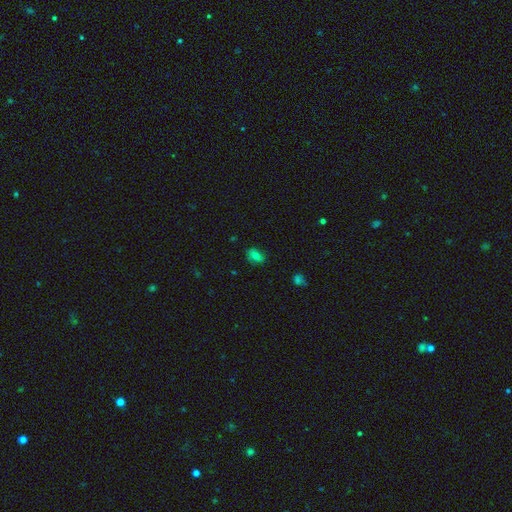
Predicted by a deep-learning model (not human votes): Smooth or featured?
  - smooth: 64% *
  - featured or disk: 19%
  - star or artifact: 16%
How rounded?
  - in between: 75% *
  - round: 23%
  - cigar-shaped: 2%
Merging?
  - none: 76% *
  - minor disturbance: 18%
  - major disturbance: 4%
  - merger: 2%